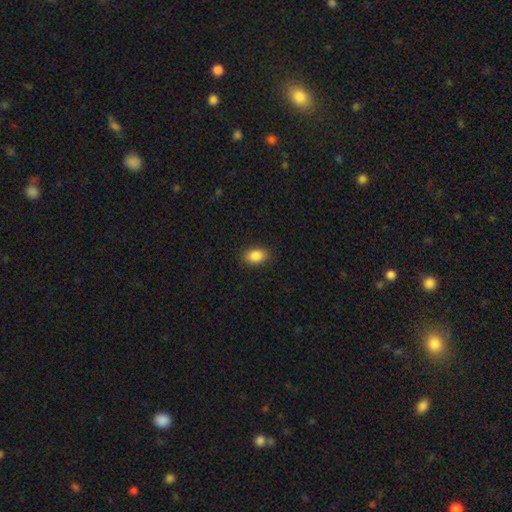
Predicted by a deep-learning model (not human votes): Morphology: type=smooth (87%); roundness=in between (84%); merging=none (87%).